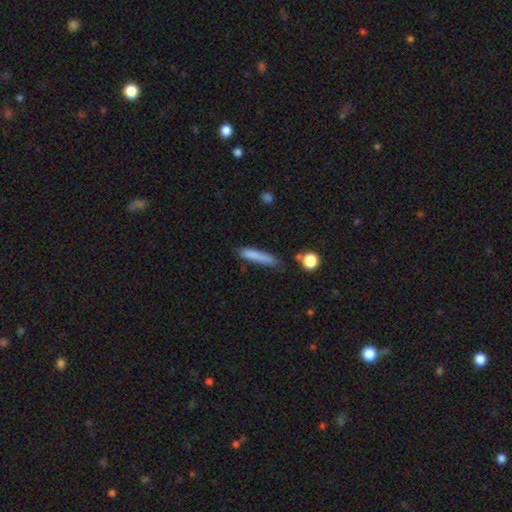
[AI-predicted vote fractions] smooth 80%, featured or disk 12%, star or artifact 8%. Down the decision tree: how rounded — cigar-shaped (88%); merging — none (65%).